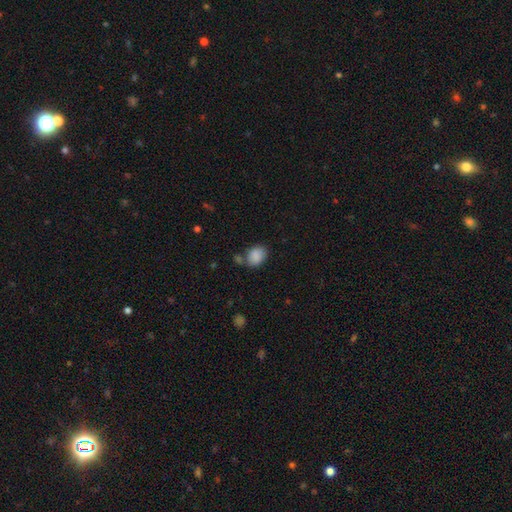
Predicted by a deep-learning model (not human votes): This appears to be a smooth galaxy with no disk features (86%) that is in between round and cigar-shaped (67%). Merging: none (59%).